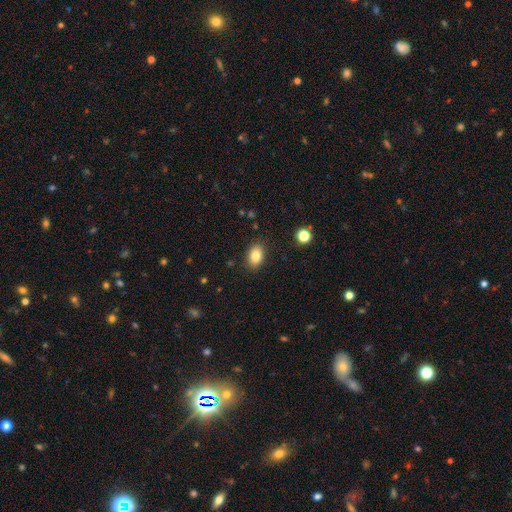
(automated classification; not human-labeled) Q: Smooth or featured?
A: smooth (84%); runner-up: star or artifact (9%)
Q: How rounded?
A: in between (81%); runner-up: round (18%)
Q: Merging?
A: none (87%); runner-up: minor disturbance (10%)